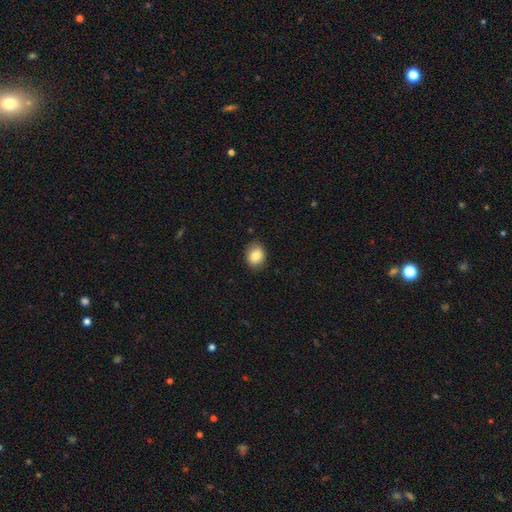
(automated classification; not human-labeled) Smooth or featured: smooth — 84% (star or artifact — 9%)
How rounded: round — 51% (in between — 48%)
Merging: none — 85% (minor disturbance — 11%)